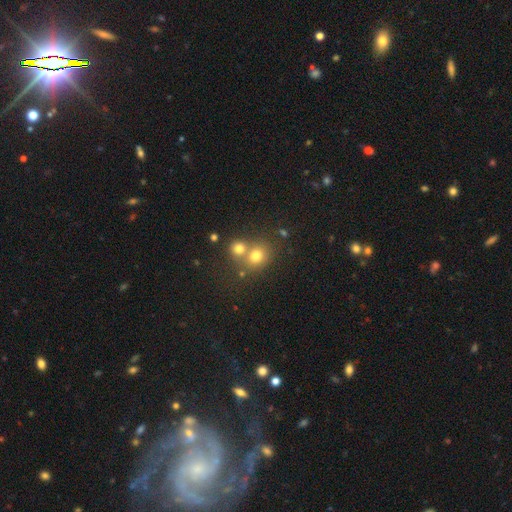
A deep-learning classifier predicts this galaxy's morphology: This appears to be a smooth galaxy with no disk features (73%) that is round (75%). Merging: merger (44%, tied with none).